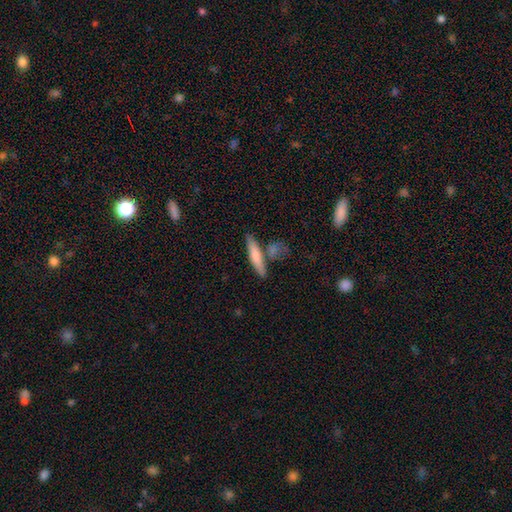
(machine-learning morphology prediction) type=smooth (70%); roundness=cigar-shaped (84%); merging=none (73%).